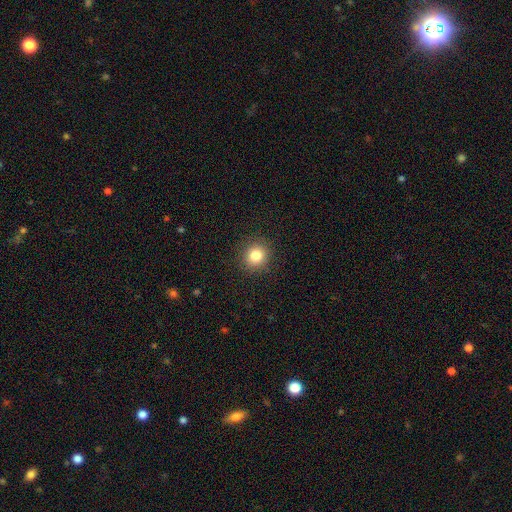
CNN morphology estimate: type=smooth (82%); roundness=round (89%); merging=none (91%).